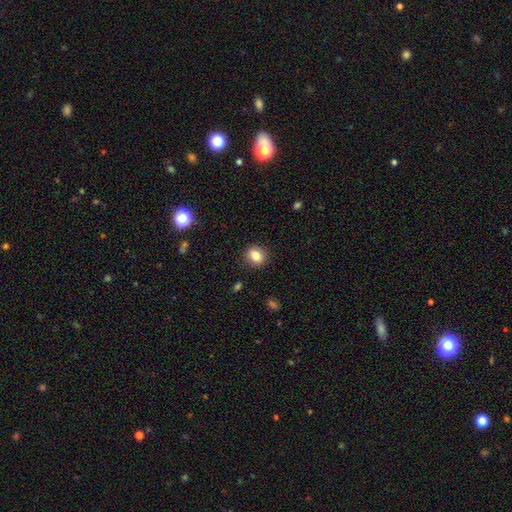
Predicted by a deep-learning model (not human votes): smooth 83%, star or artifact 10%, featured or disk 7%. Down the decision tree: how rounded — round (61%); merging — none (89%).